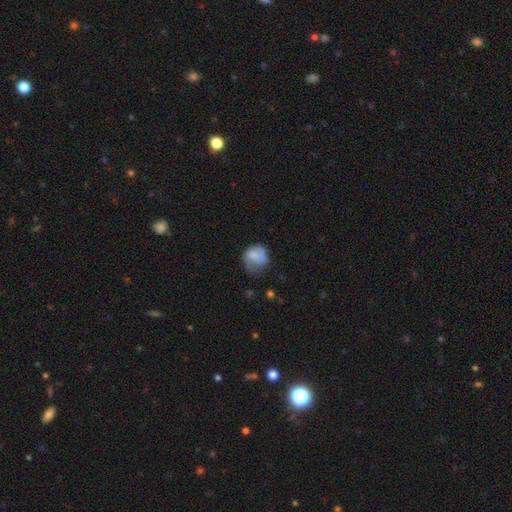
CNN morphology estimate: A smooth galaxy with no disk features (62%) that is round (68%).

Vote fractions:
- Smooth or featured? smooth: 62% / featured or disk: 30% / star or artifact: 7%
- How rounded? round: 68% / in between: 31% / cigar-shaped: 1%
- Merging? none: 37% / minor disturbance: 36% / major disturbance: 25% / merger: 2%